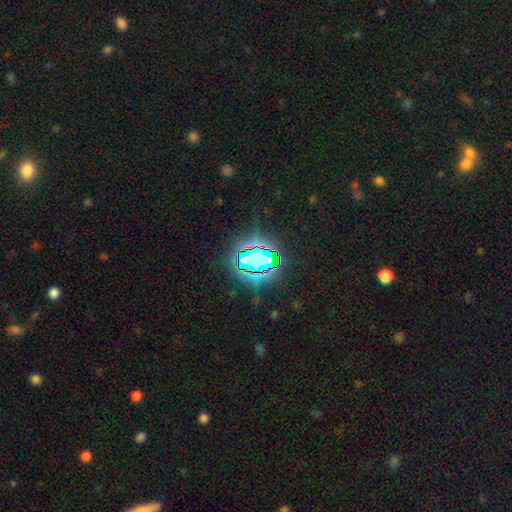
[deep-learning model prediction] Overall: star or artifact (78%).